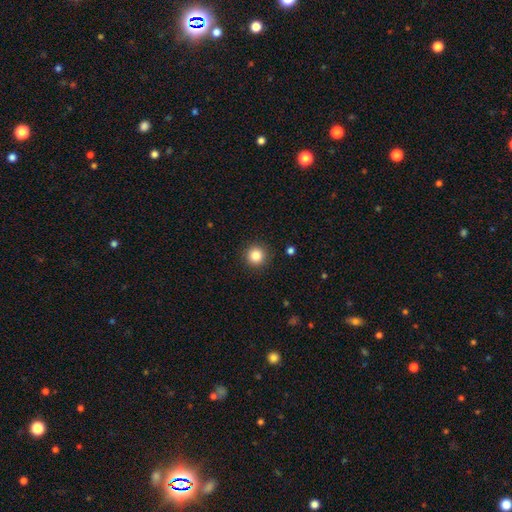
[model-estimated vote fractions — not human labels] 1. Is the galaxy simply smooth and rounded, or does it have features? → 85% smooth, 10% star or artifact, 5% featured or disk.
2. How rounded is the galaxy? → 95% round, 4% in between, 1% cigar-shaped.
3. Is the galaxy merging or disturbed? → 91% none, 6% minor disturbance, 2% major disturbance, 1% merger.